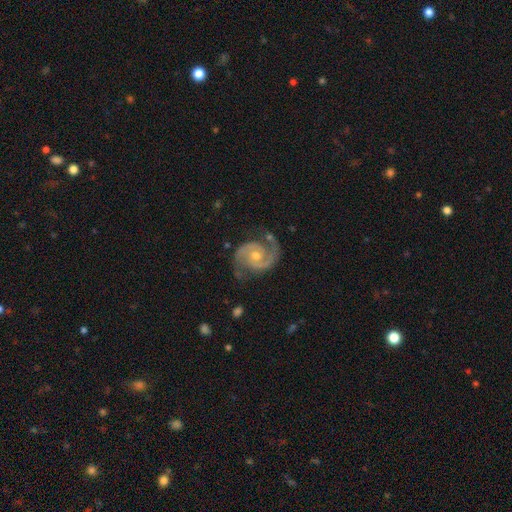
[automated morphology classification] Smooth or featured? Predicted: featured or disk (p=0.93). Edge-on disk? Predicted: no (p=0.98). Bar? Predicted: no (p=0.66). Spiral arms? Predicted: yes (p=0.98). Spiral winding? Predicted: medium (p=0.57). Spiral arm count? Predicted: 2 (p=0.94). Bulge size? Predicted: moderate (p=0.51). Merging? Predicted: none (p=0.78).